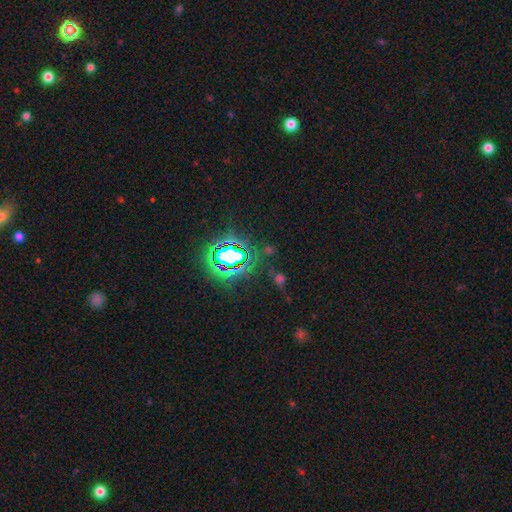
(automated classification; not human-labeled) smooth-or-featured: star or artifact: 82% | smooth: 11% | featured or disk: 7%